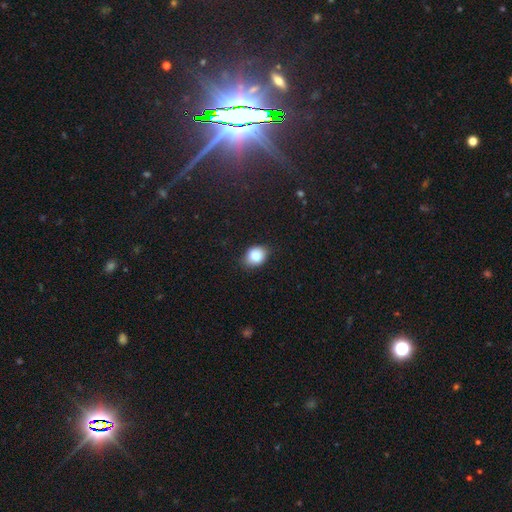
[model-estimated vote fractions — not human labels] smooth 87%, star or artifact 8%, featured or disk 5%. Down the decision tree: how rounded — in between (55%); merging — none (77%).